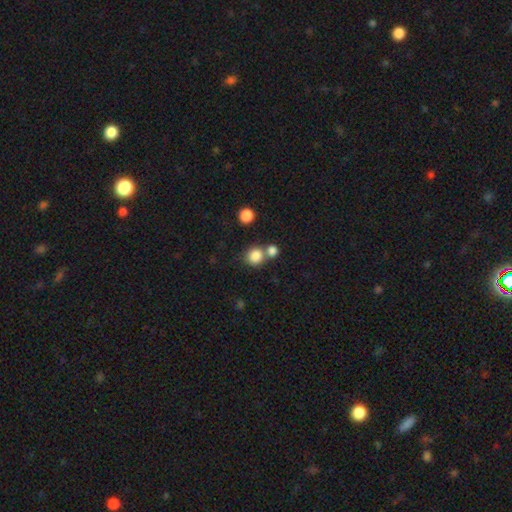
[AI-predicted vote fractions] Q: Smooth or featured?
A: smooth (83%); runner-up: star or artifact (11%)
Q: How rounded?
A: round (86%); runner-up: in between (13%)
Q: Merging?
A: none (55%); runner-up: merger (34%)